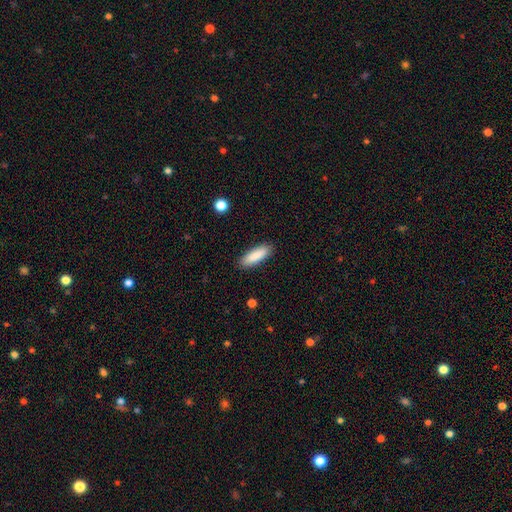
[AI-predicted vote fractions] Smooth or featured? smooth (87%)
How rounded? cigar-shaped (49%, tied with in between)
Merging? none (89%)